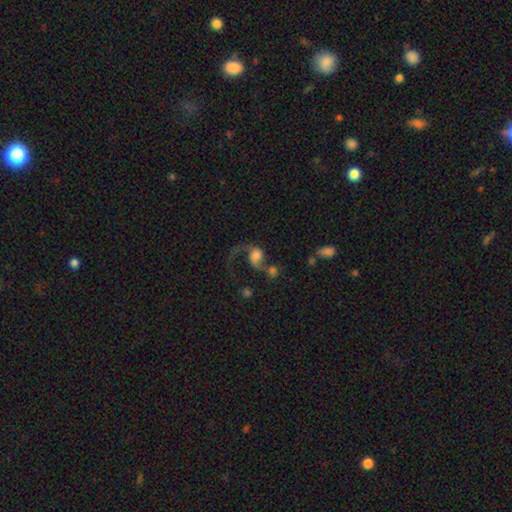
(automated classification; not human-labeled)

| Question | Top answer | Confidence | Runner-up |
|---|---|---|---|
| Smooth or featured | featured or disk | 58% | smooth (31%) |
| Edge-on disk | no | 97% | yes (3%) |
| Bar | no | 65% | weak (28%) |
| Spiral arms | yes | 85% | no (15%) |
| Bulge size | large | 31% | moderate (25%) |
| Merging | merger | 37% | major disturbance (29%) |